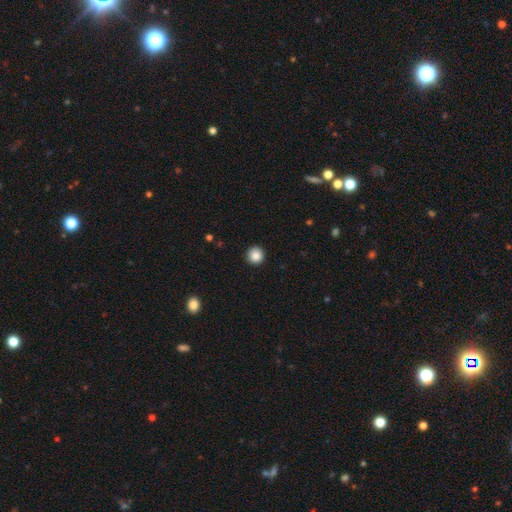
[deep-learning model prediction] Q: Smooth or featured?
A: smooth (86%); runner-up: star or artifact (9%)
Q: How rounded?
A: round (96%); runner-up: in between (3%)
Q: Merging?
A: none (93%); runner-up: minor disturbance (5%)